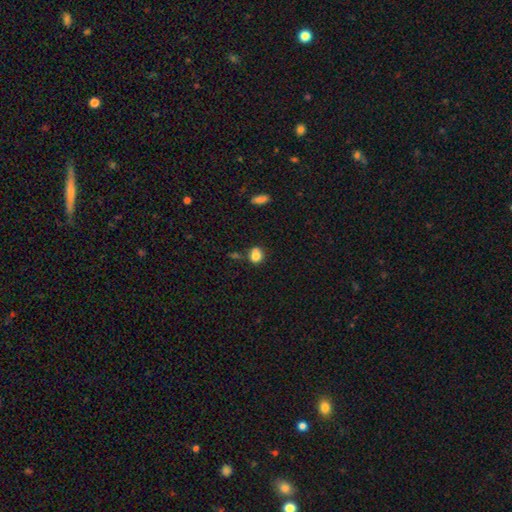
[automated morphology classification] A smooth galaxy with no disk features (83%) that is round (66%).

Vote fractions:
- Smooth or featured? smooth: 83% / star or artifact: 10% / featured or disk: 7%
- How rounded? round: 66% / in between: 33% / cigar-shaped: 1%
- Merging? none: 60% / minor disturbance: 21% / merger: 14% / major disturbance: 6%